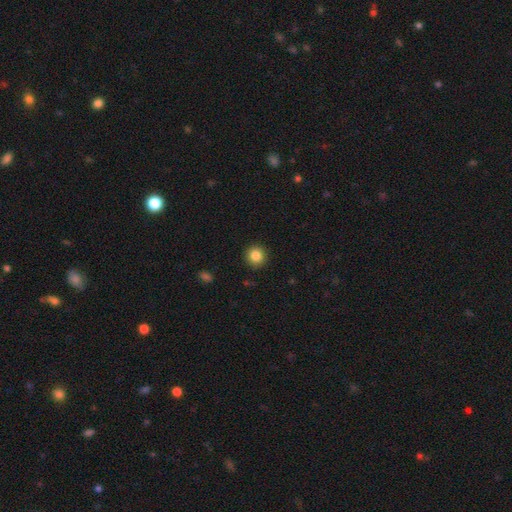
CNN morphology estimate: This is clearly a smooth galaxy (85%). How rounded: clearly round (93%). Merging: clearly none (92%).